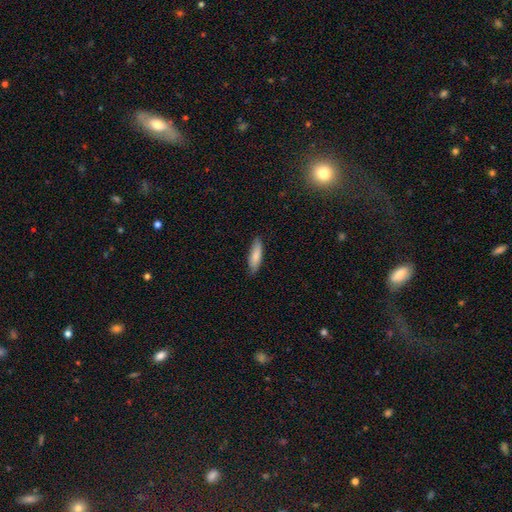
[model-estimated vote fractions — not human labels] smooth-or-featured: smooth: 83% | featured or disk: 12% | star or artifact: 6%
  how-rounded: cigar-shaped: 58% | in between: 41% | round: 2%
  merging: none: 84% | minor disturbance: 13% | major disturbance: 2% | merger: 1%